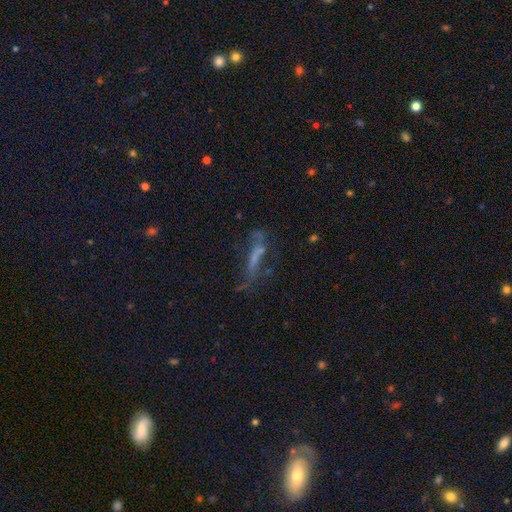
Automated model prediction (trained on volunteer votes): Smooth or featured: featured or disk — 49% (smooth — 34%)
Merging: none — 40% (major disturbance — 30%)